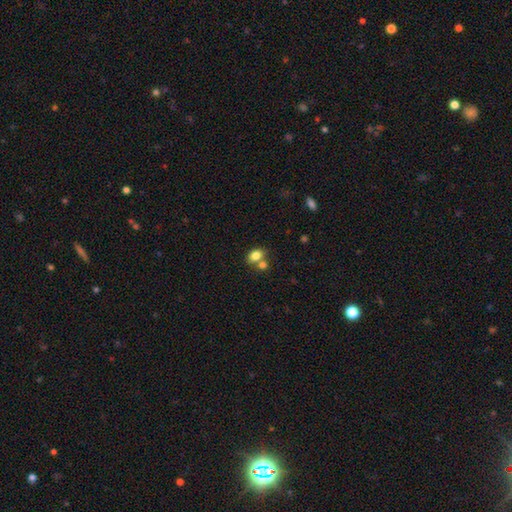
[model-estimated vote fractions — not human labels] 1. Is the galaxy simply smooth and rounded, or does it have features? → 80% smooth, 10% star or artifact, 10% featured or disk.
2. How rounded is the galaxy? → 69% in between, 29% round, 1% cigar-shaped.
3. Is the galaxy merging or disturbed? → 49% none, 36% merger, 11% minor disturbance, 4% major disturbance.